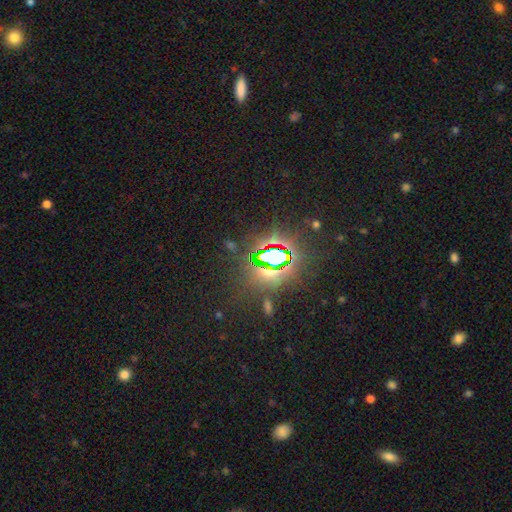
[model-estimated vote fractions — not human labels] Morphology: type=star or artifact (85%).